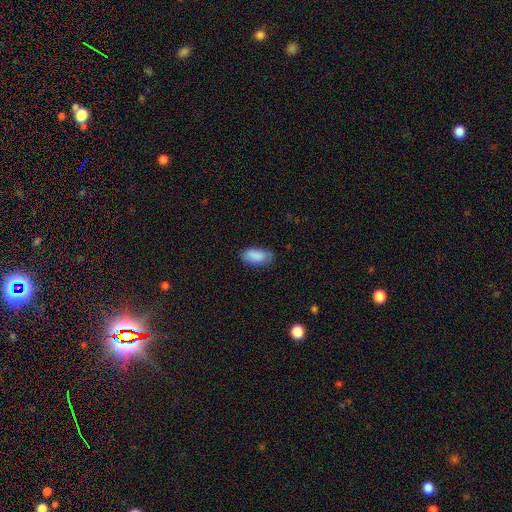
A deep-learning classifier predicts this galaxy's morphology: type=smooth (87%); roundness=in between (93%); merging=none (68%).